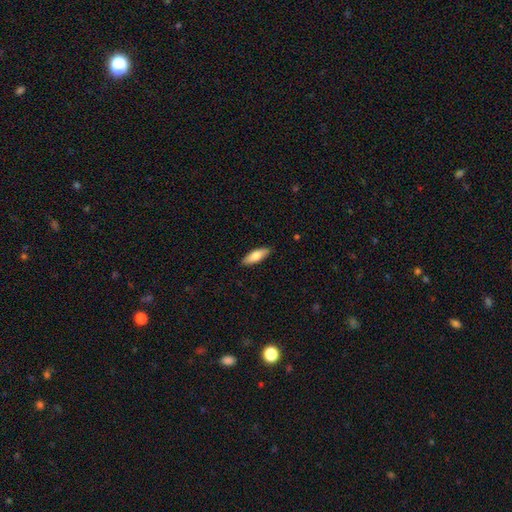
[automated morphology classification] Smooth or featured? smooth (75%)
How rounded? in between (57%)
Merging? none (89%)